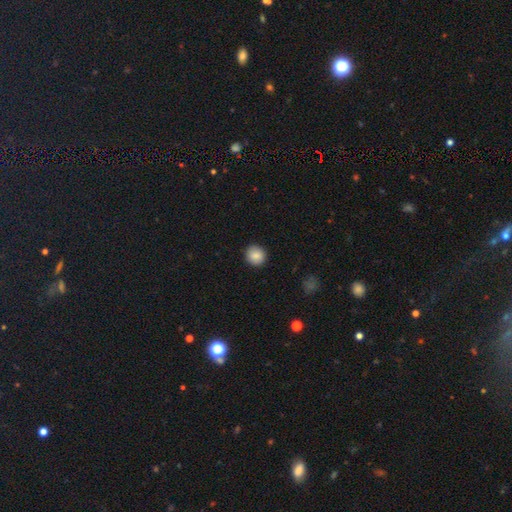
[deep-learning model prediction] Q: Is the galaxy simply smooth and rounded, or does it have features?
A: smooth — 88%.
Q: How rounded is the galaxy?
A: round — 88%.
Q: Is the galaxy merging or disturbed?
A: none — 91%.